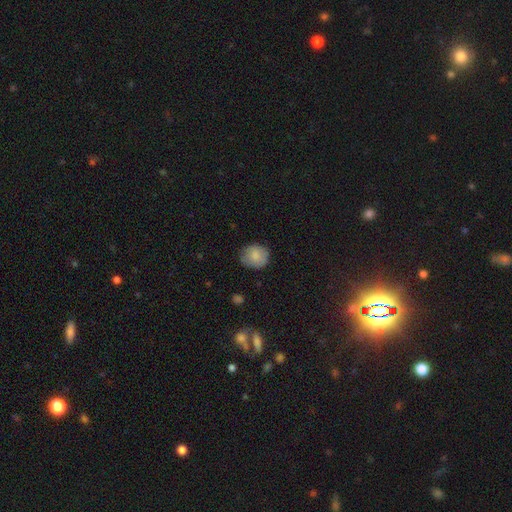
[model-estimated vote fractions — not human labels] Smooth or featured? Predicted: smooth (p=0.82). How rounded? Predicted: round (p=0.82). Merging? Predicted: none (p=0.76).